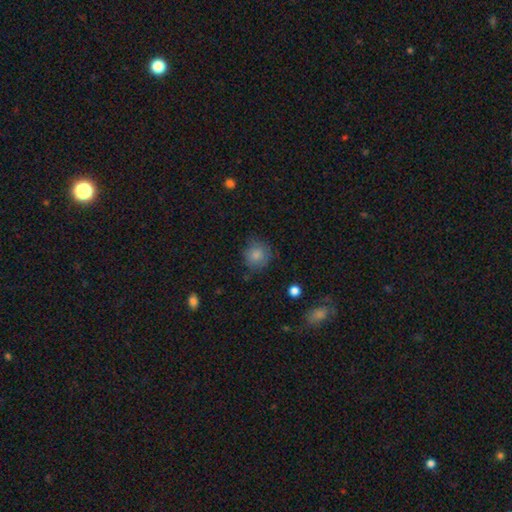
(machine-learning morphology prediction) This is likely a smooth galaxy (79%). How rounded: clearly round (88%). Merging: likely none (79%).